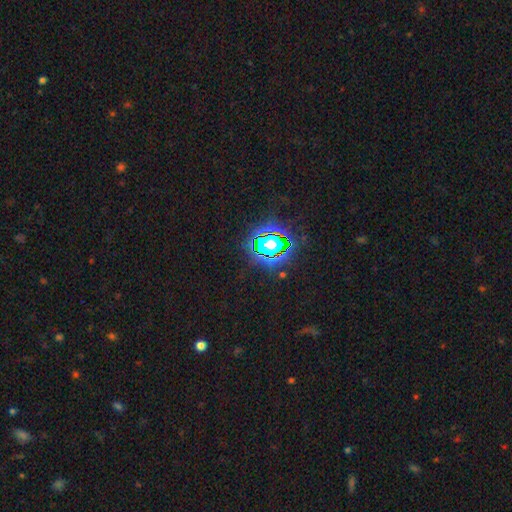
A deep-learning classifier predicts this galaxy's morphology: type=star or artifact (84%).